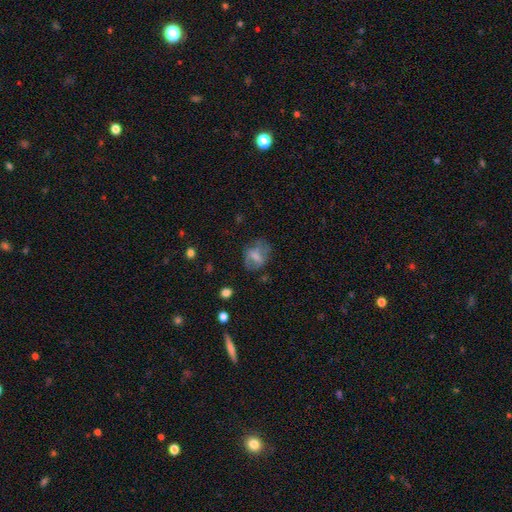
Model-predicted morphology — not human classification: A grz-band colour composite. It shows a smooth galaxy with no disk features (55%) that is in between round and cigar-shaped (67%). Merging: none (54%).